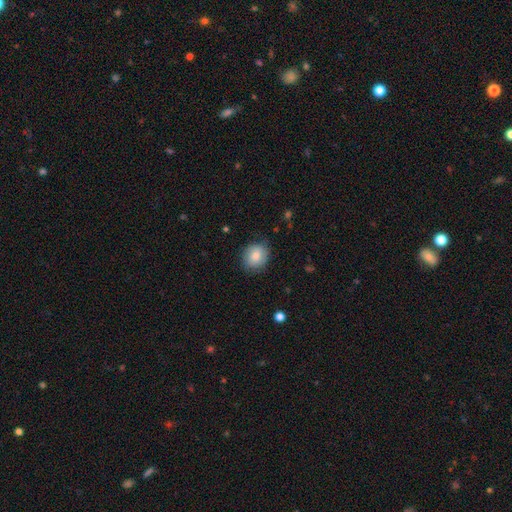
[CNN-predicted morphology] Smooth or featured?
  - smooth: 79% *
  - featured or disk: 14%
  - star or artifact: 7%
How rounded?
  - round: 66% *
  - in between: 33%
  - cigar-shaped: 1%
Merging?
  - none: 79% *
  - minor disturbance: 16%
  - major disturbance: 4%
  - merger: 1%